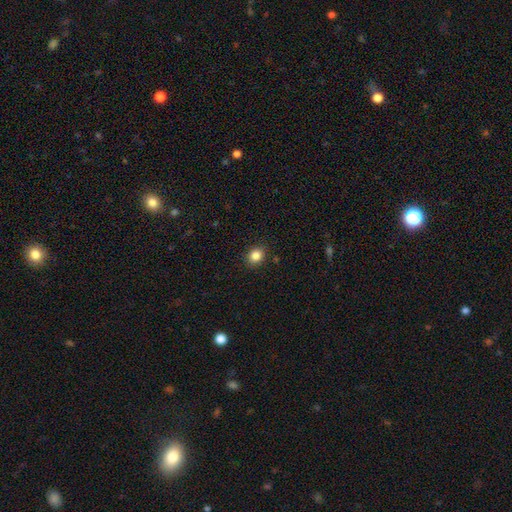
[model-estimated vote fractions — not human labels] Q: Smooth or featured?
A: smooth (85%); runner-up: star or artifact (10%)
Q: How rounded?
A: round (62%); runner-up: in between (37%)
Q: Merging?
A: none (90%); runner-up: minor disturbance (7%)